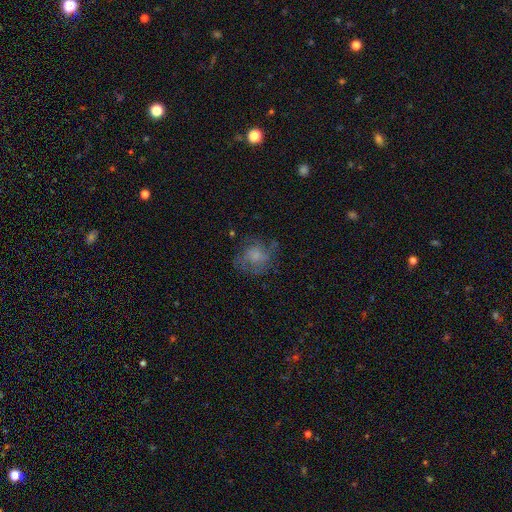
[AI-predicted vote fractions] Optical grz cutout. It shows a smooth galaxy with no disk features (50%). Merging: none (60%).